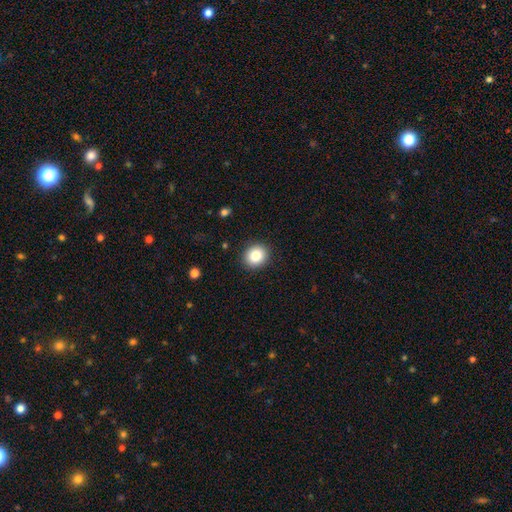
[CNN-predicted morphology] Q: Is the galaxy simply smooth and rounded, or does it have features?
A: smooth — 85%.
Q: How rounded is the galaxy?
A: round — 76%.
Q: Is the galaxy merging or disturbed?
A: none — 90%.